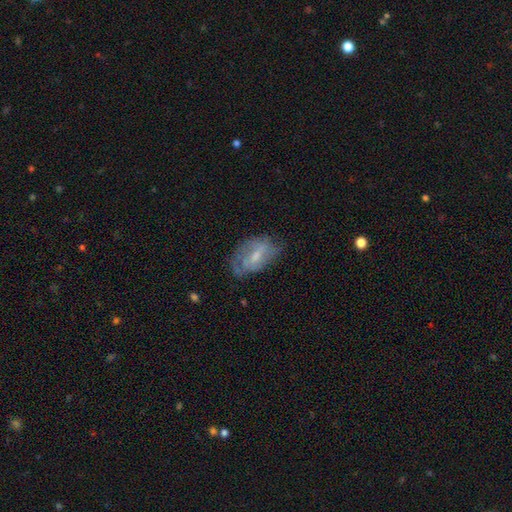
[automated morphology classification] Smooth or featured?
  - featured or disk: 54% *
  - smooth: 38%
  - star or artifact: 8%
Edge-on disk?
  - no: 94% *
  - yes: 6%
Bar?
  - weak: 47% *
  - no: 41%
  - strong: 12%
Spiral arms?
  - yes: 63% *
  - no: 37%
Bulge size?
  - moderate: 43% * (tied)
  - small: 43% * (tied)
  - none: 10%
  - large: 3%
  - dominant: 1%
Merging?
  - none: 54% *
  - minor disturbance: 30%
  - major disturbance: 14%
  - merger: 2%